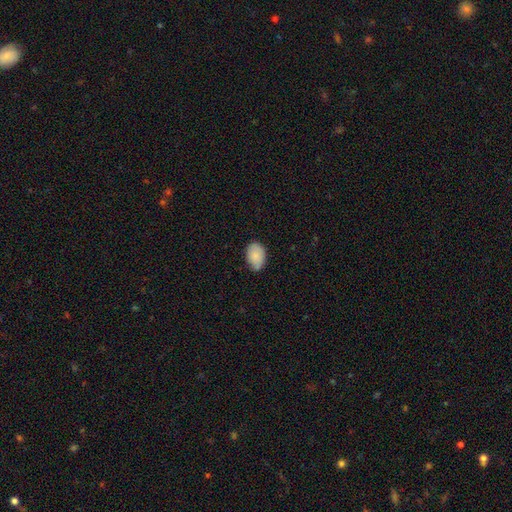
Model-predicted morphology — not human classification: Smooth or featured: smooth — 84% (featured or disk — 9%)
How rounded: in between — 86% (round — 13%)
Merging: none — 64% (minor disturbance — 30%)